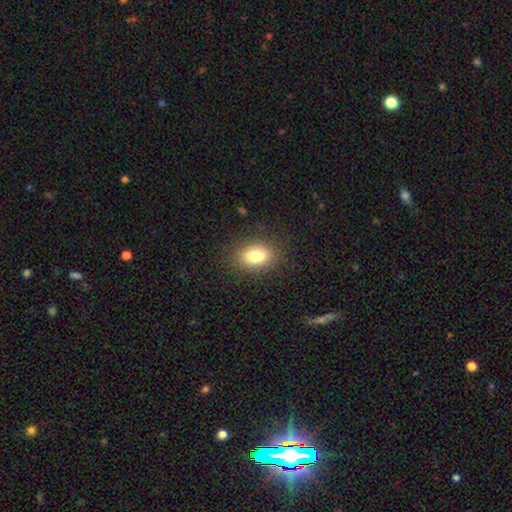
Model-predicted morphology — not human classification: Smooth or featured? Predicted: smooth (p=0.81). How rounded? Predicted: in between (p=0.79). Merging? Predicted: none (p=0.87).